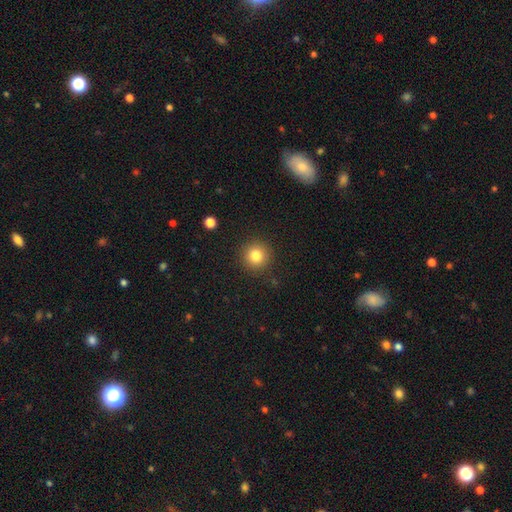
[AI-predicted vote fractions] Morphology: type=smooth (82%); roundness=round (95%); merging=none (90%).